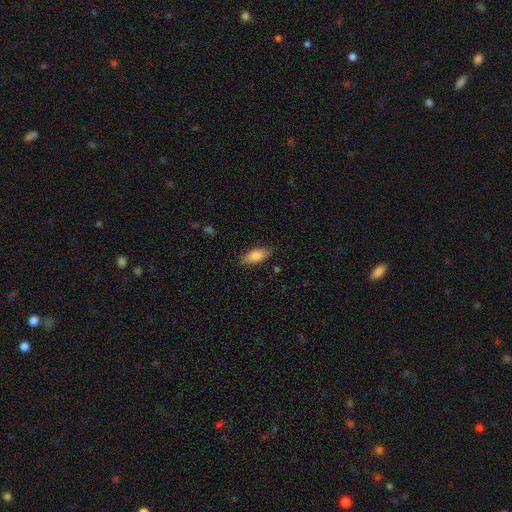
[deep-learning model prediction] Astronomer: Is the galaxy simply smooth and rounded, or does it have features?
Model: smooth — 83%.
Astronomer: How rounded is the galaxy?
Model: in between — 78%.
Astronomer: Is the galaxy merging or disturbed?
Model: none — 83%.